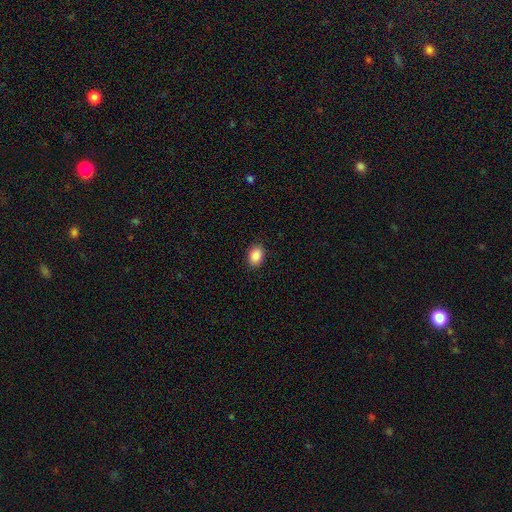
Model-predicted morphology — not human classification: The model was most divided on "how rounded": in between: 76%, round: 23%, cigar-shaped: 1%. More confident: merging — none (89%); smooth or featured — smooth (89%).